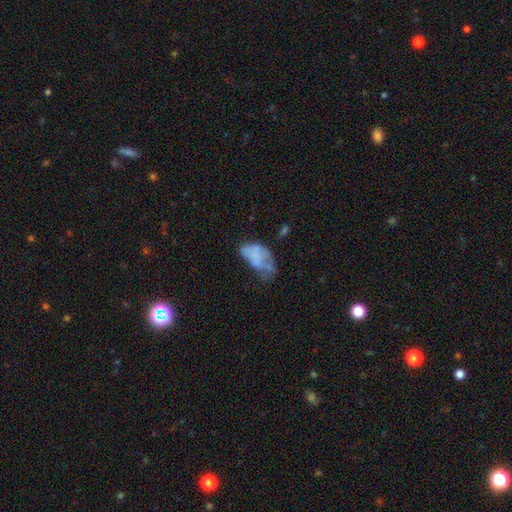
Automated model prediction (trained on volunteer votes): A smooth galaxy with no disk features (53%) that is in between round and cigar-shaped (92%).

Vote fractions:
- Smooth or featured? smooth: 53% / featured or disk: 36% / star or artifact: 11%
- How rounded? in between: 92% / round: 5% / cigar-shaped: 3%
- Merging? major disturbance: 36% / minor disturbance: 32% / none: 23% / merger: 9%